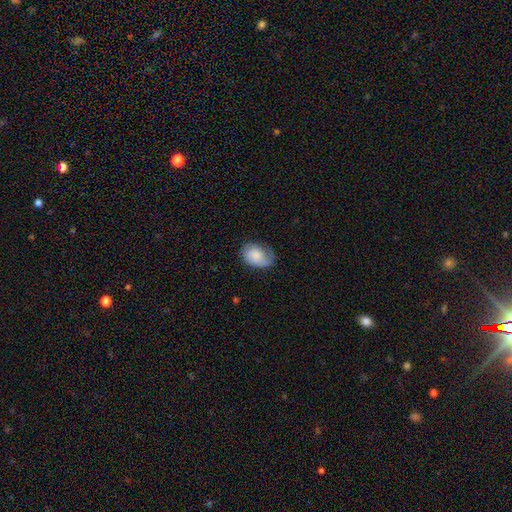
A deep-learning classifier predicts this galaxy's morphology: smooth 60%, featured or disk 32%, star or artifact 7%. Down the decision tree: how rounded — in between (77%); merging — none (54%).